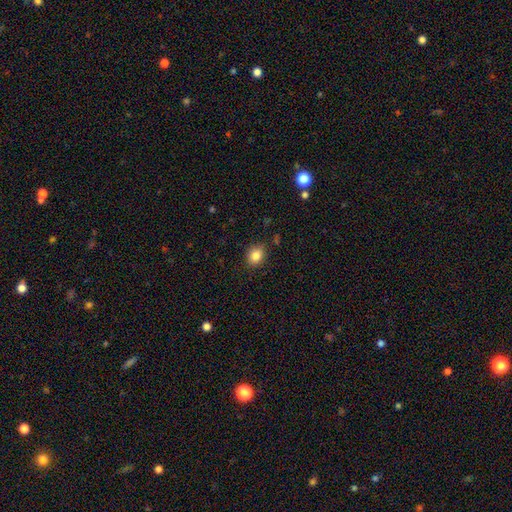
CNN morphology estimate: A smooth galaxy with no disk features (85%) that is round (57%). Merging: none (85%).